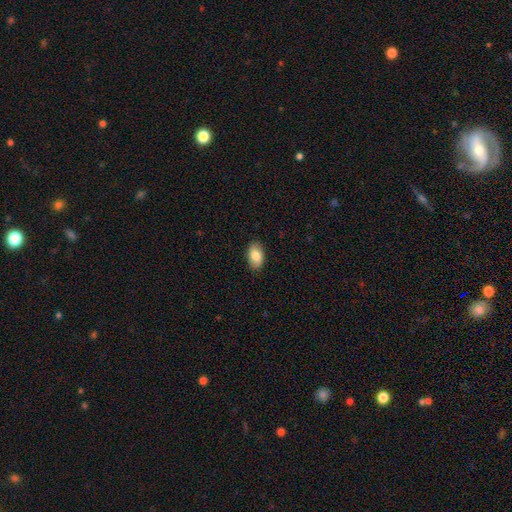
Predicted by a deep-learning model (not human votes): Q: Smooth or featured?
A: smooth (84%); runner-up: featured or disk (10%)
Q: How rounded?
A: in between (93%); runner-up: round (6%)
Q: Merging?
A: none (88%); runner-up: minor disturbance (9%)